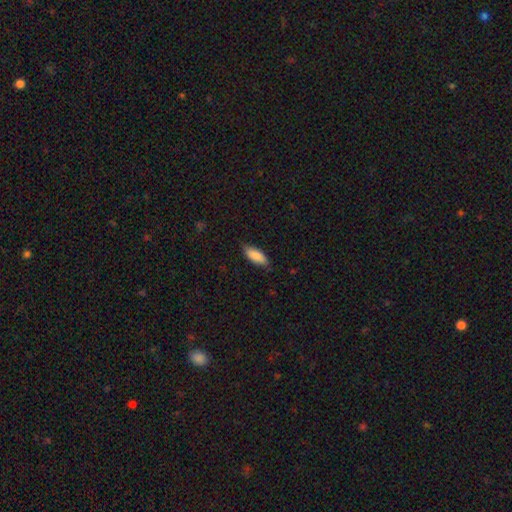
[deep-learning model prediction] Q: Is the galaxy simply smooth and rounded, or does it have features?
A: smooth — 87%.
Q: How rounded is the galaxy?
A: in between — 77%.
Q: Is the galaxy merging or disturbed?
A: none — 80%.